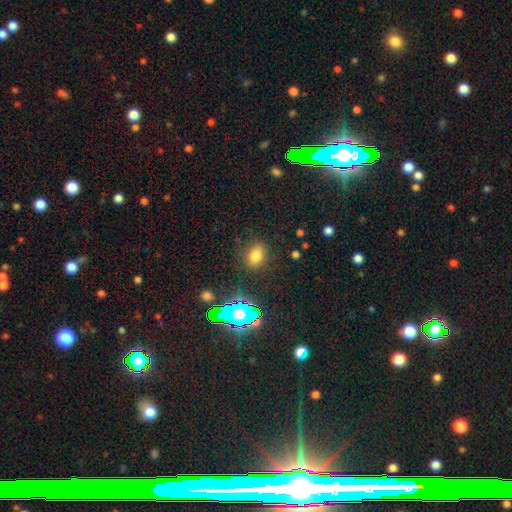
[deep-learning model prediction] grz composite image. It shows a smooth galaxy with no disk features (73%) that is in between round and cigar-shaped (70%). Merging: none (82%).